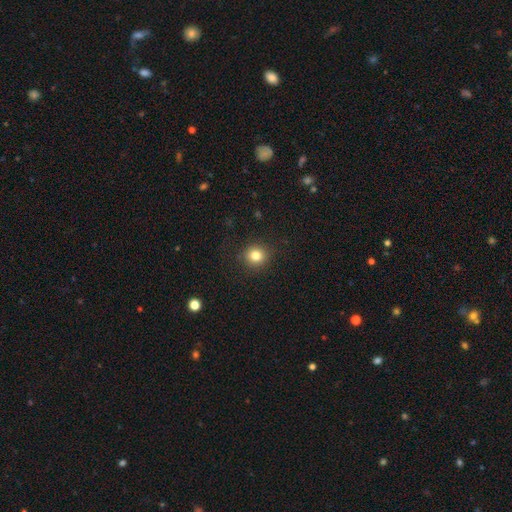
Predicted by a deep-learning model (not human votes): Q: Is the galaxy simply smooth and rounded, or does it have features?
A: smooth — 81%.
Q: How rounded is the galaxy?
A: round — 92%.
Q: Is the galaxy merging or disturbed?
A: none — 90%.